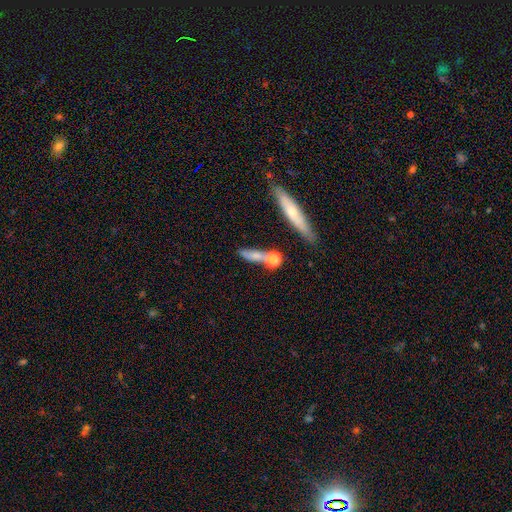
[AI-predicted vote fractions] Morphology: type=smooth (63%); roundness=cigar-shaped (58%); merging=none (52%).